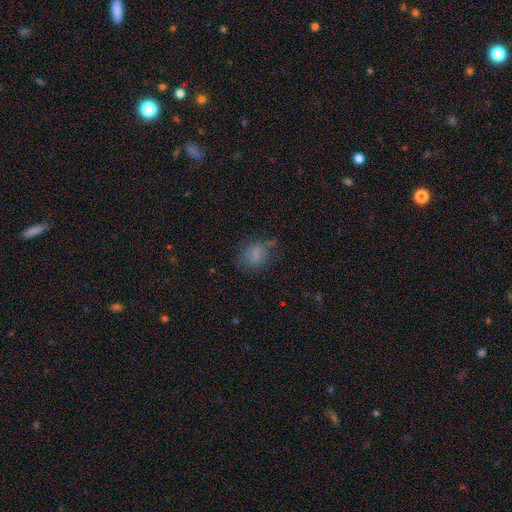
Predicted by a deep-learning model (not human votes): Smooth or featured? smooth (73%)
How rounded? in between (54%)
Merging? none (57%)